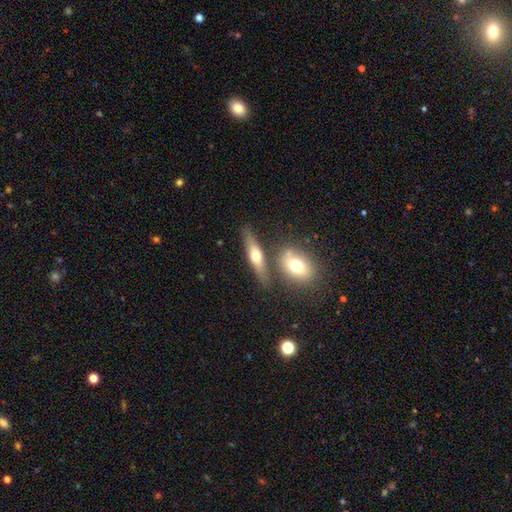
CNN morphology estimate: smooth_or_featured: smooth (p=0.48) [alt: featured or disk p=0.45]
merging: none (p=0.68) [alt: merger p=0.17]